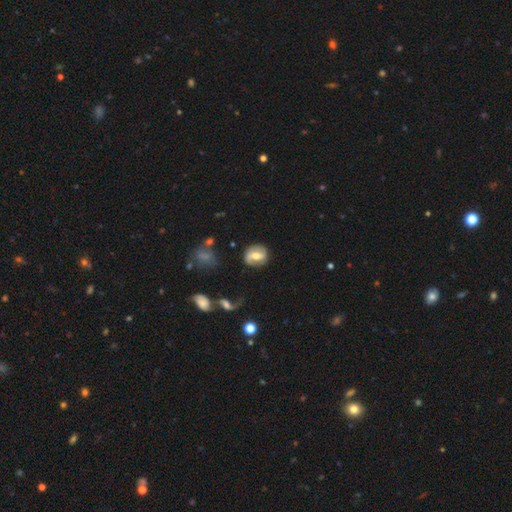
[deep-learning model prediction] Smooth or featured? Predicted: featured or disk (p=0.59). Edge-on disk? Predicted: no (p=0.96). Bar? Predicted: weak (p=0.43). Spiral arms? Predicted: yes (p=0.78). Bulge size? Predicted: moderate (p=0.66). Merging? Predicted: none (p=0.78).